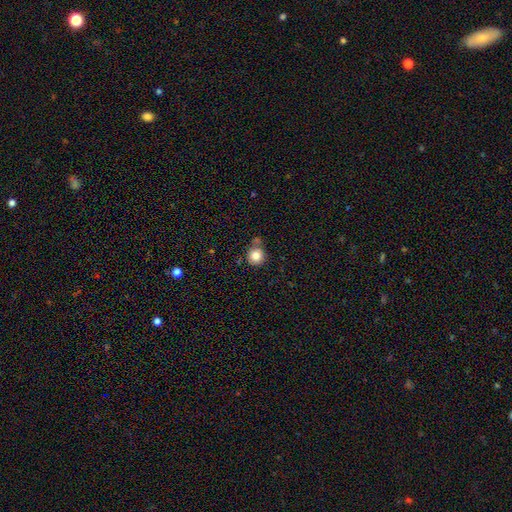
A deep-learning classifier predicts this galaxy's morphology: Smooth or featured? Predicted: smooth (p=0.82). How rounded? Predicted: round (p=0.90). Merging? Predicted: none (p=0.64).